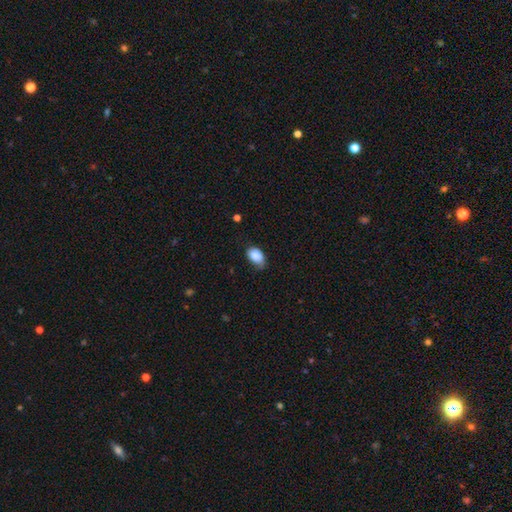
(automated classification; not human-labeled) Morphology: type=smooth (85%); roundness=in between (88%); merging=none (50%).